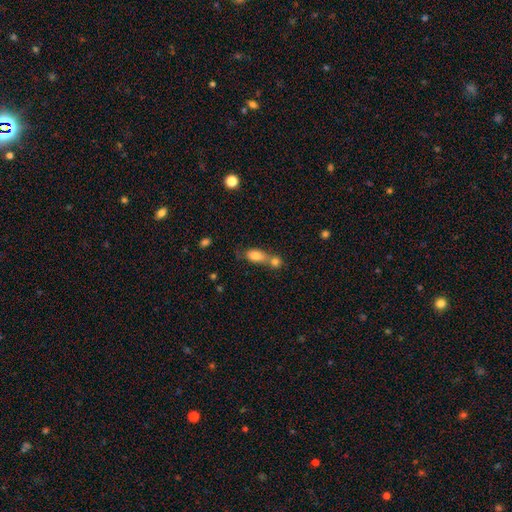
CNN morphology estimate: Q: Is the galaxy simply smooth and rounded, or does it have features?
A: smooth — 80%.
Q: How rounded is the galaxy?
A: in between — 80%.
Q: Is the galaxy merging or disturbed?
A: merger — 60%.